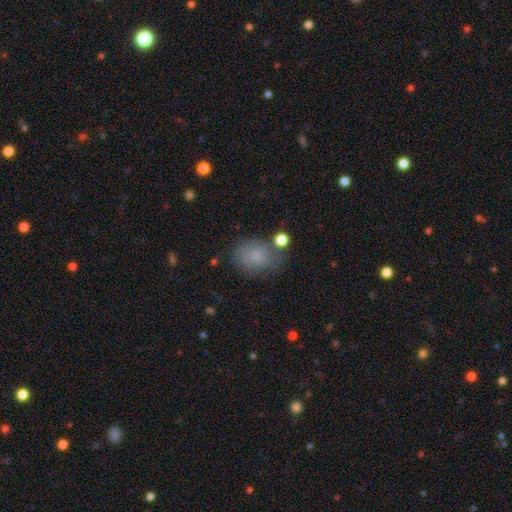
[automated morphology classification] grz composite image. It shows a smooth galaxy with no disk features (76%) that is in between round and cigar-shaped (62%). Merging: none (60%).